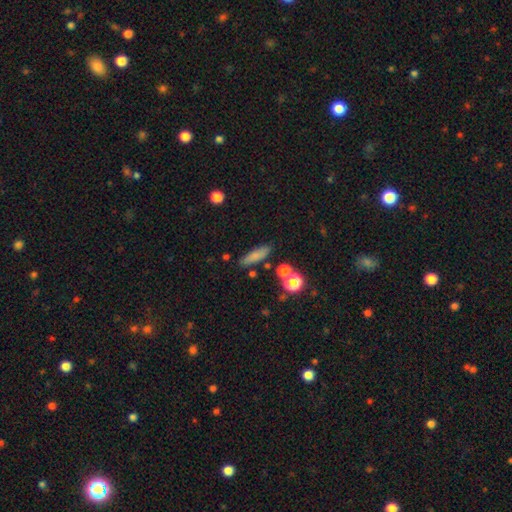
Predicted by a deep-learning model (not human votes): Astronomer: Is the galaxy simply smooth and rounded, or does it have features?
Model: smooth — 76%.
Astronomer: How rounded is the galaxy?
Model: cigar-shaped — 57% (runner-up: in between, 37%).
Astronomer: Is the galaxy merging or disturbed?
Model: none — 79%.